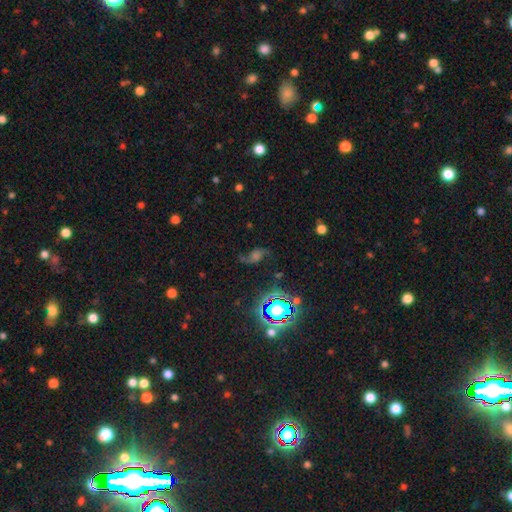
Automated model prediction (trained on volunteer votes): A featured or disk galaxy (52%). Merging: none (68%).